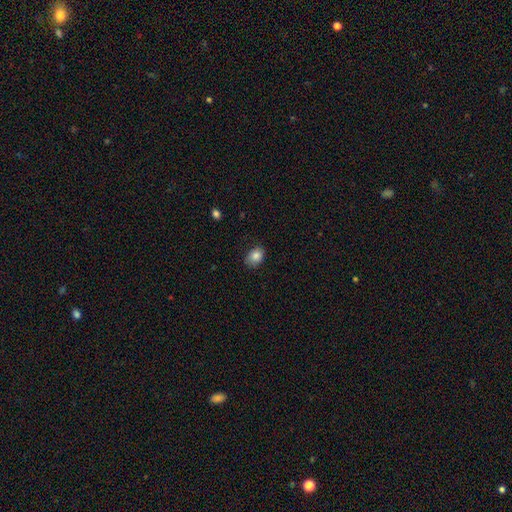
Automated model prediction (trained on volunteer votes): smooth 85%, star or artifact 9%, featured or disk 6%. Down the decision tree: how rounded — in between (69%); merging — none (79%).